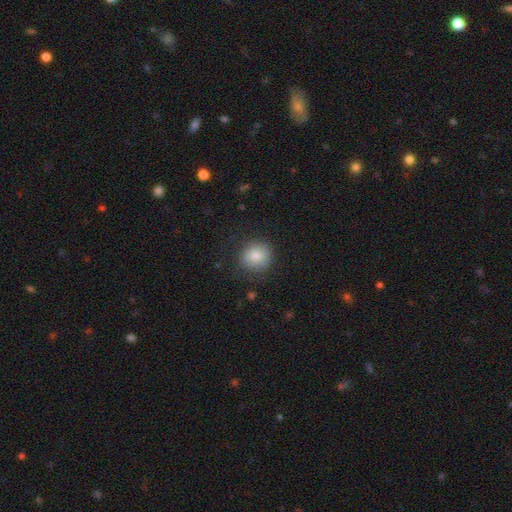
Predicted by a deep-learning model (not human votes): A smooth galaxy with no disk features (83%) that is round (89%). Merging: none (82%).